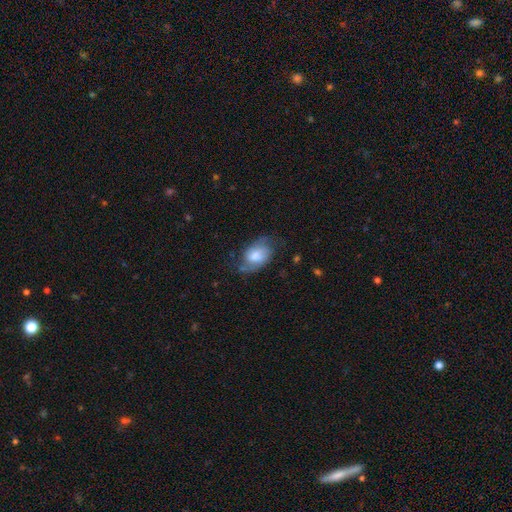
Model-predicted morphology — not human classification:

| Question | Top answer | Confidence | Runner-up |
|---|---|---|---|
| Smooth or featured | smooth | 47% | featured or disk (45%) |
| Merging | none | 53% | minor disturbance (28%) |